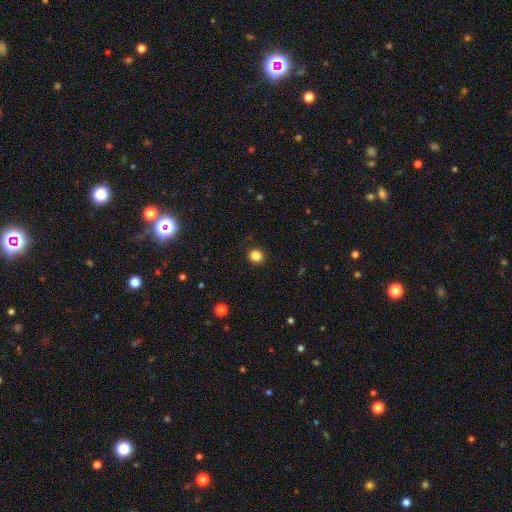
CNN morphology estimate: Q: Smooth or featured?
A: smooth (84%); runner-up: star or artifact (11%)
Q: How rounded?
A: round (87%); runner-up: in between (12%)
Q: Merging?
A: none (91%); runner-up: minor disturbance (6%)